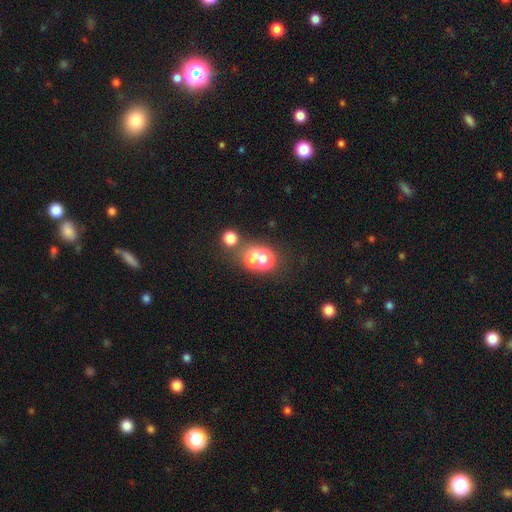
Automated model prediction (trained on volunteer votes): Q: Smooth or featured?
A: smooth (60%); runner-up: featured or disk (21%)
Q: How rounded?
A: round (70%); runner-up: in between (29%)
Q: Merging?
A: merger (53%); runner-up: none (34%)